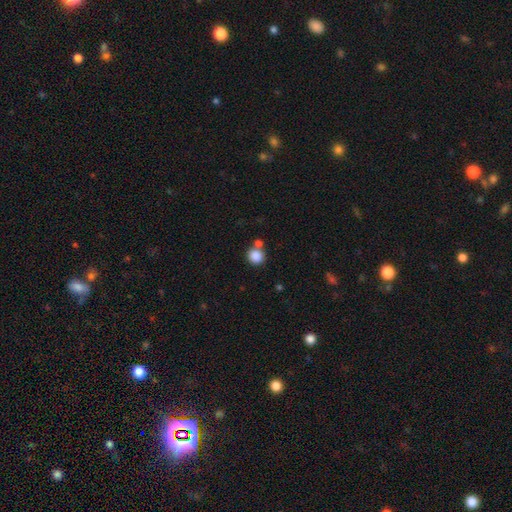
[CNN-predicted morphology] smooth-or-featured: smooth: 86% | star or artifact: 10% | featured or disk: 5%
  how-rounded: round: 87% | in between: 12% | cigar-shaped: 1%
  merging: none: 64% | merger: 24% | minor disturbance: 9% | major disturbance: 3%